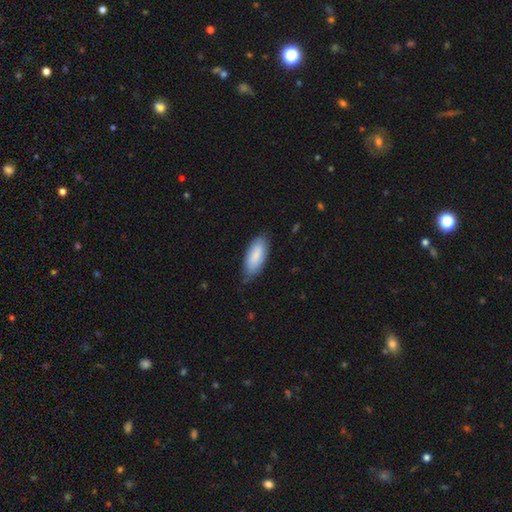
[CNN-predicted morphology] Smooth or featured: smooth — 84% (featured or disk — 10%)
How rounded: in between — 86% (cigar-shaped — 12%)
Merging: none — 72% (minor disturbance — 23%)